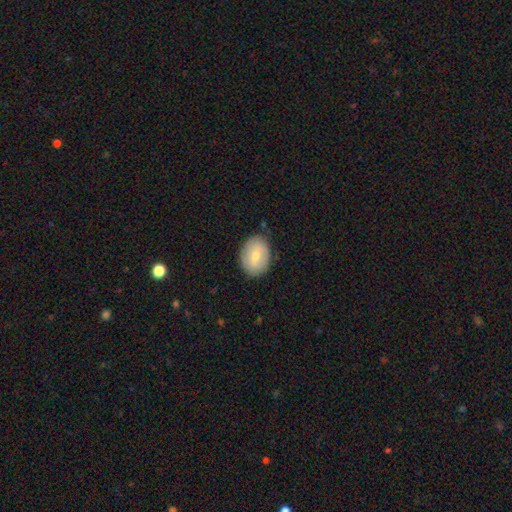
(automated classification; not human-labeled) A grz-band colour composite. It shows a smooth galaxy with no disk features (67%) that is in between round and cigar-shaped (69%). Merging: none (83%).